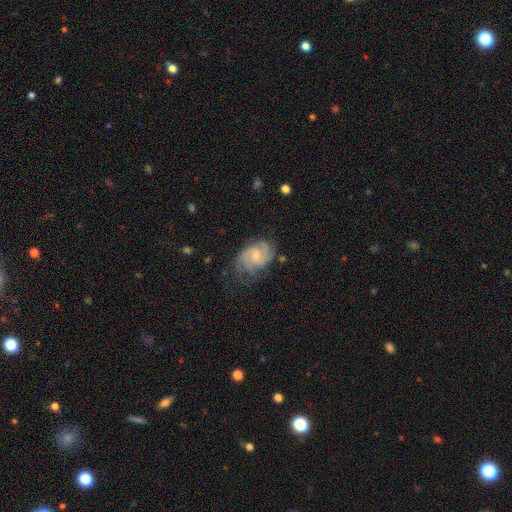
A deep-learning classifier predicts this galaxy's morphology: Q: Smooth or featured?
A: featured or disk (80%); runner-up: smooth (14%)
Q: Edge-on disk?
A: no (98%); runner-up: yes (2%)
Q: Bar?
A: no (63%); runner-up: weak (33%)
Q: Spiral arms?
A: yes (95%); runner-up: no (5%)
Q: Spiral winding?
A: tight (46%); runner-up: medium (41%)
Q: Spiral arm count?
A: 2 (39%); runner-up: 3 (25%)
Q: Bulge size?
A: small (59%); runner-up: moderate (36%)
Q: Merging?
A: none (57%); runner-up: minor disturbance (26%)